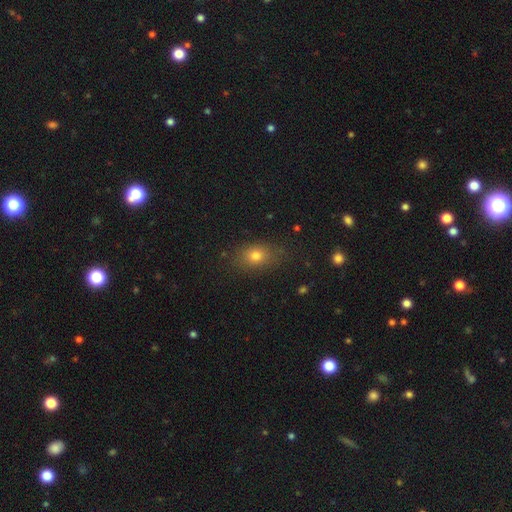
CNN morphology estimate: Smooth or featured? Predicted: smooth (p=0.77). How rounded? Predicted: in between (p=0.70). Merging? Predicted: none (p=0.80).